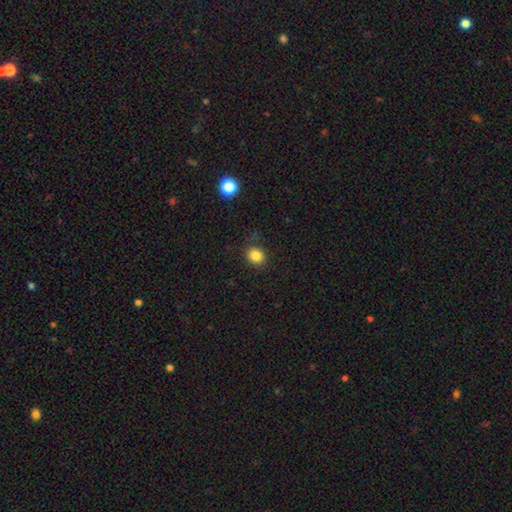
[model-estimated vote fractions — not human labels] smooth_or_featured: smooth (p=0.83) [alt: star or artifact p=0.12]
how_rounded: round (p=0.76) [alt: in between p=0.23]
merging: none (p=0.84) [alt: minor disturbance p=0.11]